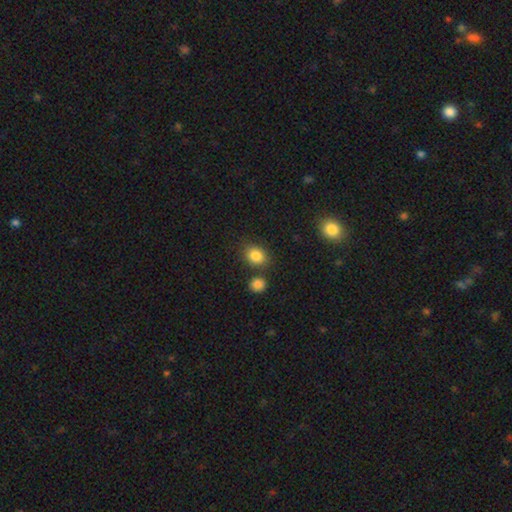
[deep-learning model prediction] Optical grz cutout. It shows a smooth galaxy with no disk features (85%) that is round (50%). Merging: none (74%).